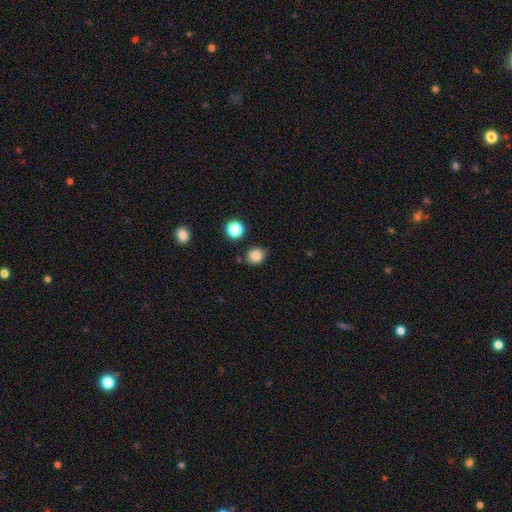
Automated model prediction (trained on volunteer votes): smooth 85%, star or artifact 11%, featured or disk 4%. Down the decision tree: how rounded — round (77%); merging — none (80%).